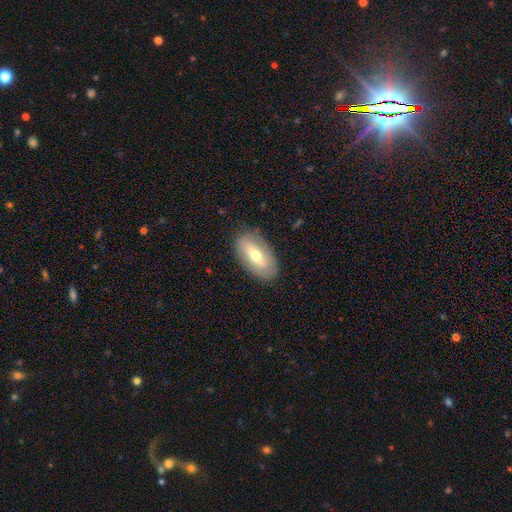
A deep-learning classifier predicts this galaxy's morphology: Smooth or featured? Predicted: smooth (p=0.49). Merging? Predicted: none (p=0.83).